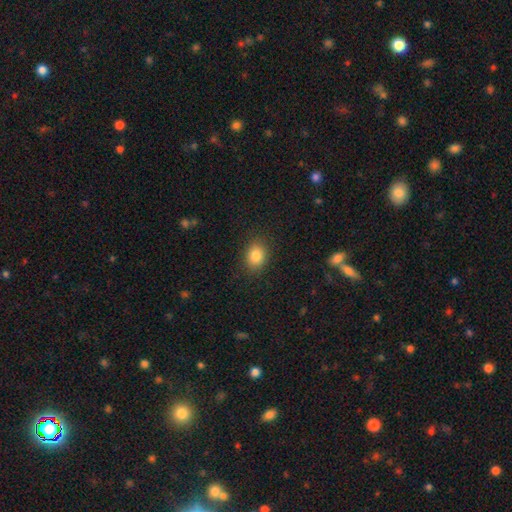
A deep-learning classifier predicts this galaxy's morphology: type=smooth (84%); roundness=in between (57%); merging=none (87%).